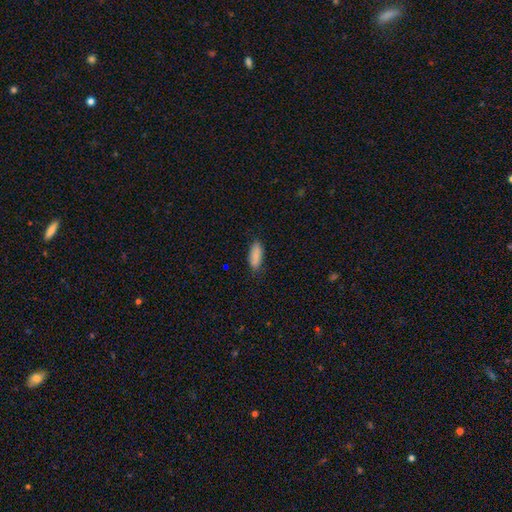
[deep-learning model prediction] A smooth galaxy with no disk features (88%) that is in between round and cigar-shaped (72%). Merging: none (83%).